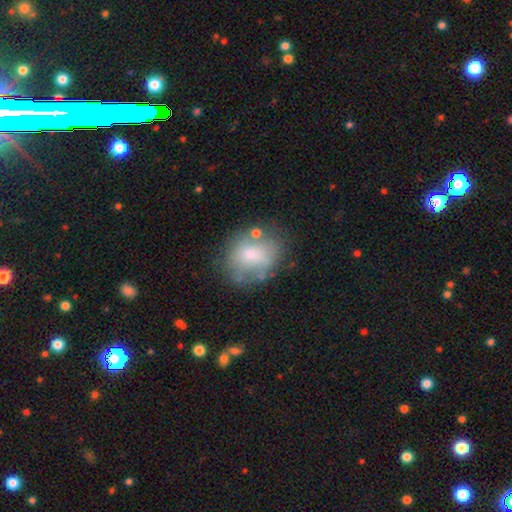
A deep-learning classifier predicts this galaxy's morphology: A smooth galaxy with no disk features (59%) that is round (52%).

Vote fractions:
- Smooth or featured? smooth: 59% / featured or disk: 30% / star or artifact: 11%
- How rounded? round: 52% / in between: 47% / cigar-shaped: 1%
- Merging? none: 50% / minor disturbance: 24% / major disturbance: 16% / merger: 10%